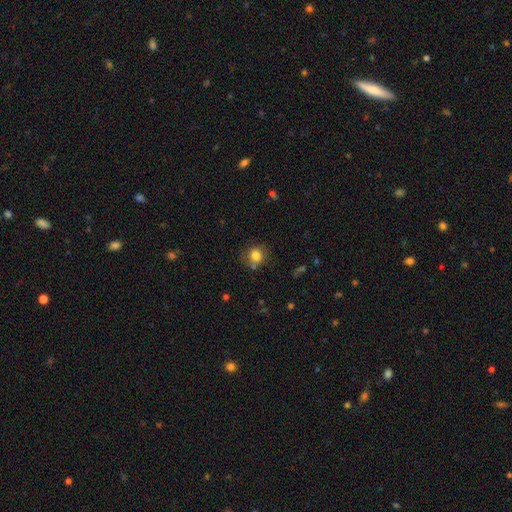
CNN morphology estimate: type=smooth (81%); roundness=round (79%); merging=none (70%).